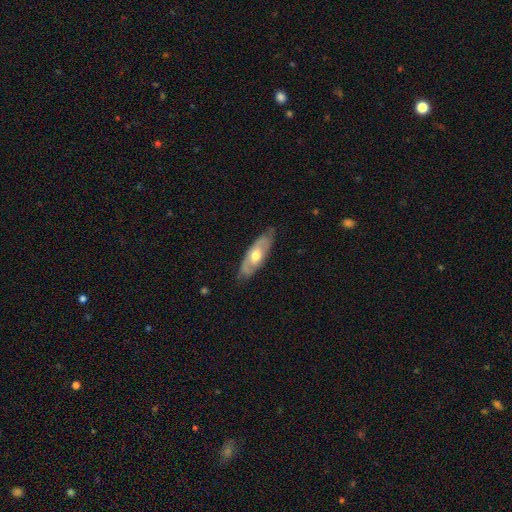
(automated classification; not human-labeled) Smooth or featured?
  - featured or disk: 56% *
  - smooth: 39%
  - star or artifact: 5%
Edge-on disk?
  - no: 74% *
  - yes: 26%
Merging?
  - none: 75% *
  - minor disturbance: 20%
  - major disturbance: 4%
  - merger: 1%